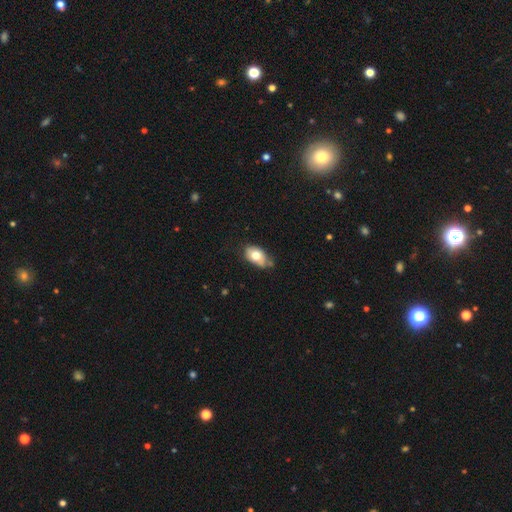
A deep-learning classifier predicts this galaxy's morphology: This appears to be a smooth galaxy with no disk features (72%) that is in between round and cigar-shaped (88%). Merging: none (51%).